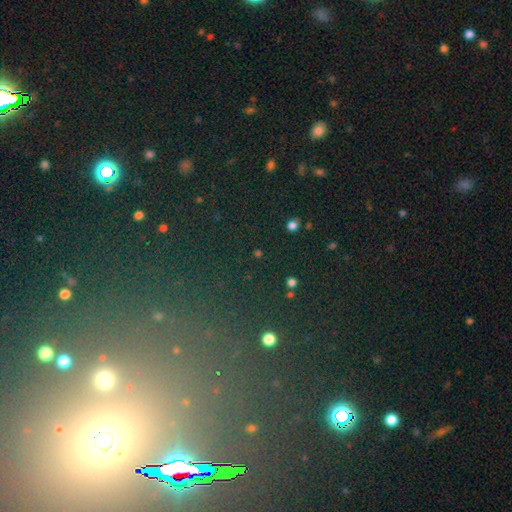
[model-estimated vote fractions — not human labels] smooth-or-featured: star or artifact: 66% | smooth: 22% | featured or disk: 12%